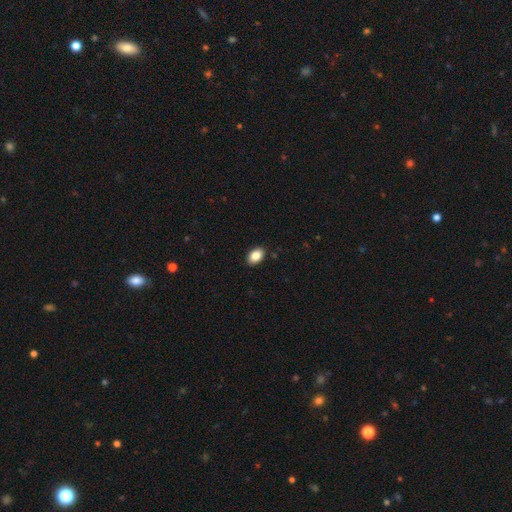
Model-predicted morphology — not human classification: The model was most divided on "how rounded": in between: 83%, round: 15%, cigar-shaped: 1%. More confident: merging — none (89%); smooth or featured — smooth (87%).